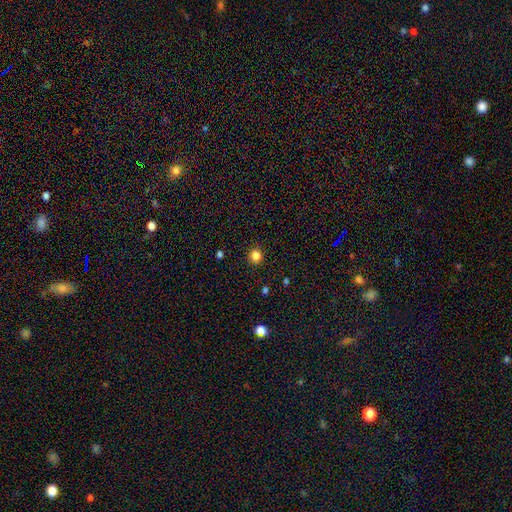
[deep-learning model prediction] Smooth or featured: smooth — 84% (star or artifact — 12%)
How rounded: round — 78% (in between — 21%)
Merging: none — 90% (minor disturbance — 7%)